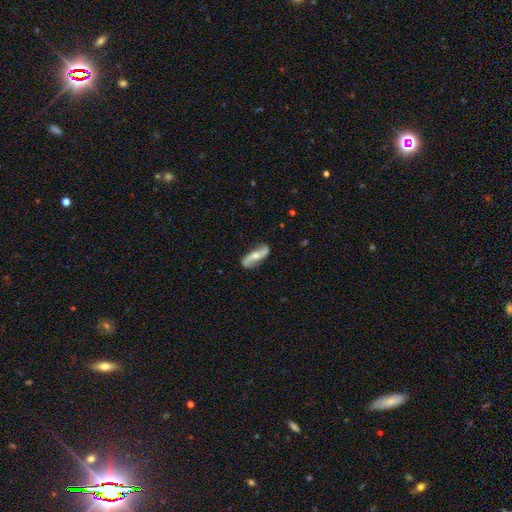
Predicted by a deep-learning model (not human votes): Smooth or featured?
  - featured or disk: 71% *
  - smooth: 23%
  - star or artifact: 5%
Edge-on disk?
  - no: 87% *
  - yes: 13%
Bar?
  - no: 54% *
  - weak: 29%
  - strong: 17%
Spiral arms?
  - yes: 92% *
  - no: 8%
Spiral winding?
  - loose: 78% *
  - medium: 16%
  - tight: 7%
Spiral arm count?
  - 2: 92% *
  - can't tell: 3%
  - 1: 2%
  - 3: 1%
  - 4: 1%
  - more than 4: 1%
Bulge size?
  - moderate: 57% *
  - small: 33%
  - large: 5%
  - none: 4%
  - dominant: 1%
Merging?
  - none: 81% *
  - minor disturbance: 13%
  - major disturbance: 3%
  - merger: 2%